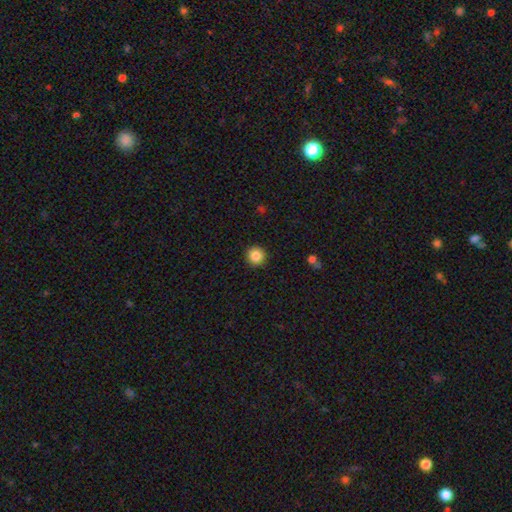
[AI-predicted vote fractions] Smooth or featured?
  - smooth: 86% *
  - star or artifact: 10%
  - featured or disk: 4%
How rounded?
  - round: 95% *
  - in between: 4%
  - cigar-shaped: 1%
Merging?
  - none: 92% *
  - minor disturbance: 5%
  - major disturbance: 2%
  - merger: 1%